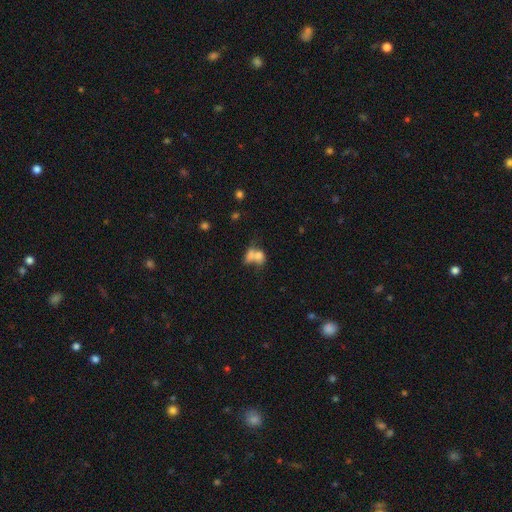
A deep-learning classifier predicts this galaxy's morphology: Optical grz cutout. It shows a smooth galaxy with no disk features (71%) that is in between round and cigar-shaped (55%). Merging: merger (66%).